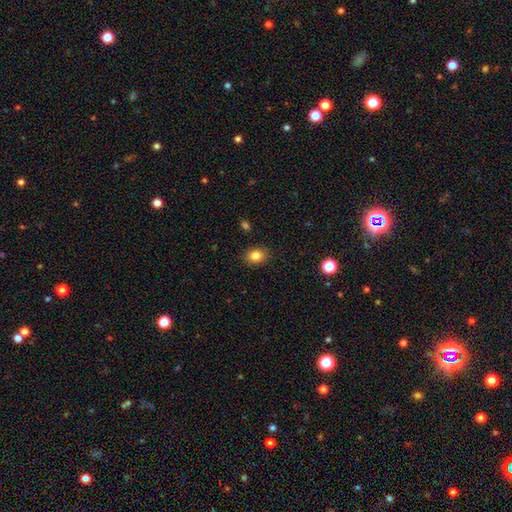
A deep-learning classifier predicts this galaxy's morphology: A smooth galaxy with no disk features (83%) that is in between round and cigar-shaped (64%). Merging: none (88%).